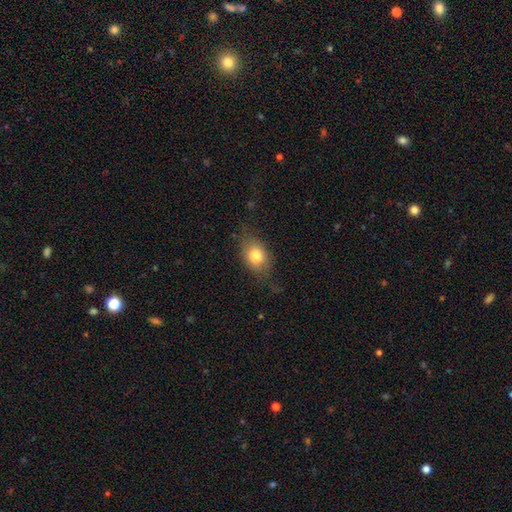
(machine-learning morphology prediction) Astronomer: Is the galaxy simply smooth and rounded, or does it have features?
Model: smooth — 75%.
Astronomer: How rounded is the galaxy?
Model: in between — 71%.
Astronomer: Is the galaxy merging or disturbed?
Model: none — 65%.